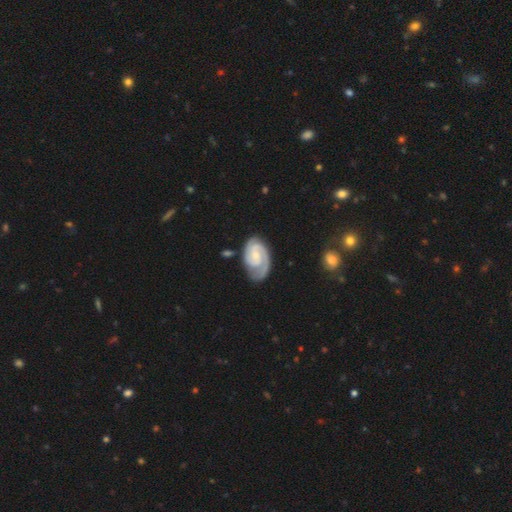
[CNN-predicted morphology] featured or disk 88%, smooth 8%, star or artifact 4%. Down the decision tree: edge-on disk — no (97%); bar — no (57%); spiral arms — yes (98%); spiral arm count — 2 (81%); spiral winding — tight (62%); bulge size — small (61%); merging — none (71%).